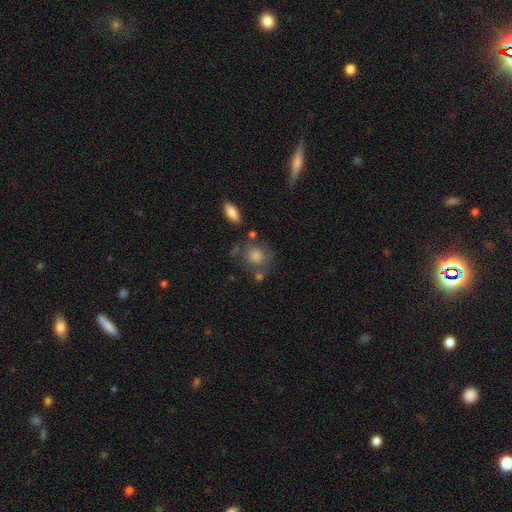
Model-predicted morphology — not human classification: Smooth or featured? smooth (64%)
How rounded? round (76%)
Merging? none (63%)